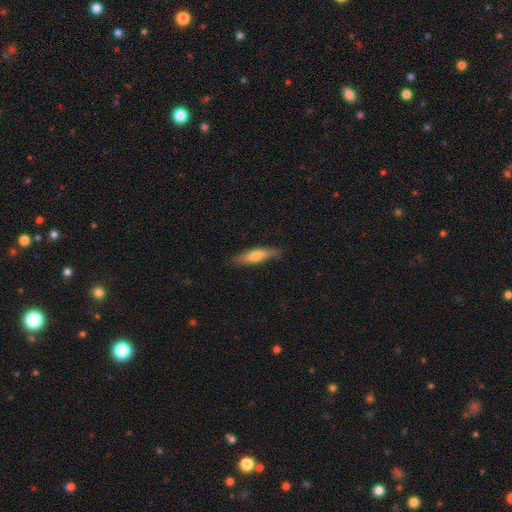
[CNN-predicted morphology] Q: Smooth or featured?
A: smooth (59%); runner-up: featured or disk (35%)
Q: How rounded?
A: cigar-shaped (77%); runner-up: in between (22%)
Q: Merging?
A: none (85%); runner-up: minor disturbance (12%)